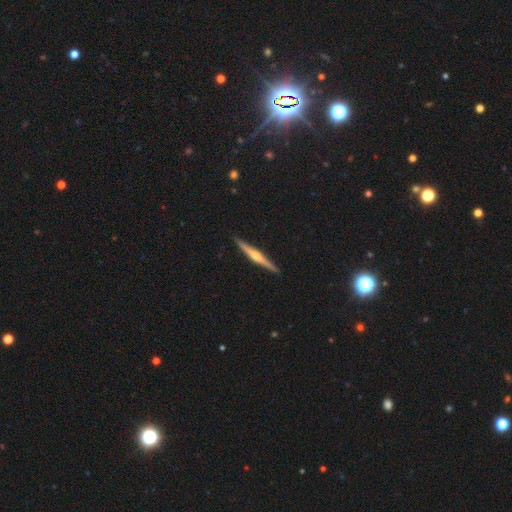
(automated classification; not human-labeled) This appears to be a featured or disk galaxy (78%) viewed edge-on (98%) with a rounded central bulge (88%). Merging: none (92%).